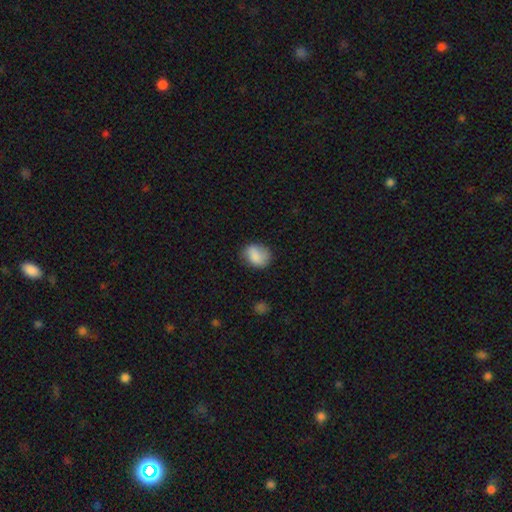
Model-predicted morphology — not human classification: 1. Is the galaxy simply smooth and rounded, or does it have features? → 83% smooth, 10% featured or disk, 8% star or artifact.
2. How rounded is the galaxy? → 51% in between, 47% round, 1% cigar-shaped.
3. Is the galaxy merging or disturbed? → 69% none, 23% minor disturbance, 6% major disturbance, 2% merger.